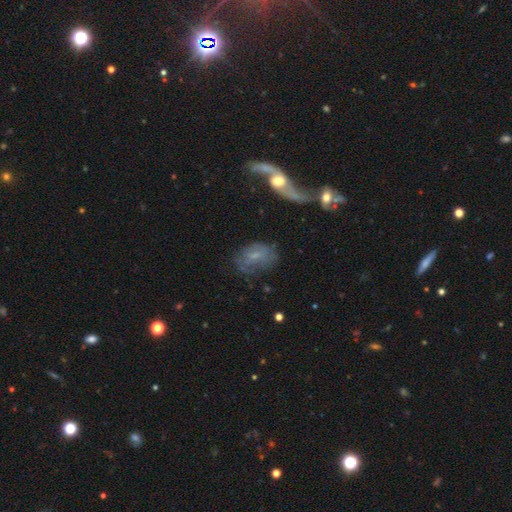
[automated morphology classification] A featured or disk galaxy (49%). Merging: none (51%).